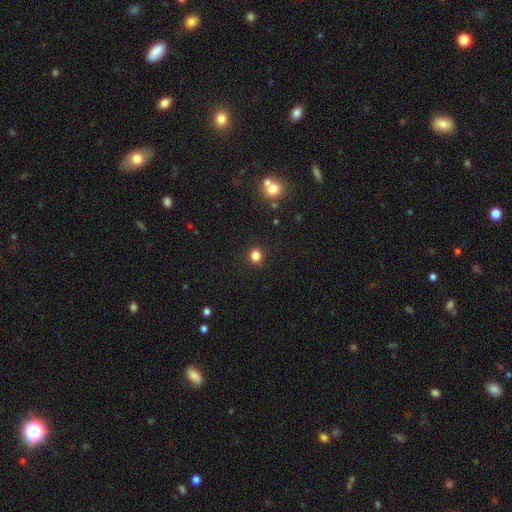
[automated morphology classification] type=smooth (83%); roundness=round (80%); merging=none (89%).